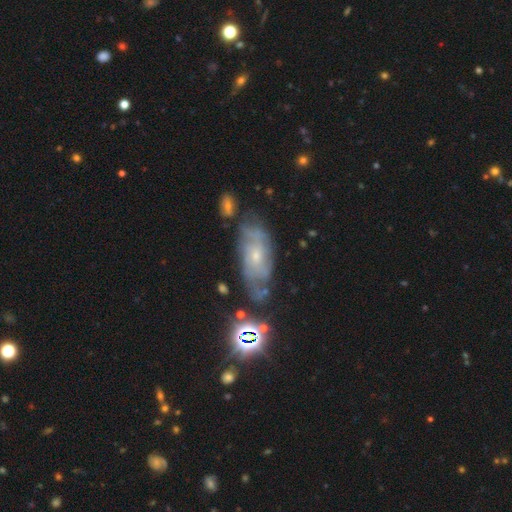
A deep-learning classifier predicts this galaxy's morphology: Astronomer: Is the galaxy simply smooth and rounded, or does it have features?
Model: featured or disk — 68%.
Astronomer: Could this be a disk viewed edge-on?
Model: no — 91%.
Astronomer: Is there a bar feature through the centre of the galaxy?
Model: no — 71%.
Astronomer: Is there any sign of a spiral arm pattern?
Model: yes — 85%.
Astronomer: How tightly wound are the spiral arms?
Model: tight — 53% (runner-up: medium, 34%).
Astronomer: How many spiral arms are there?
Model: can't tell — 55%.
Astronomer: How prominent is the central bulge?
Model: small — 69%.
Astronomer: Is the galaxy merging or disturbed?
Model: none — 61%.